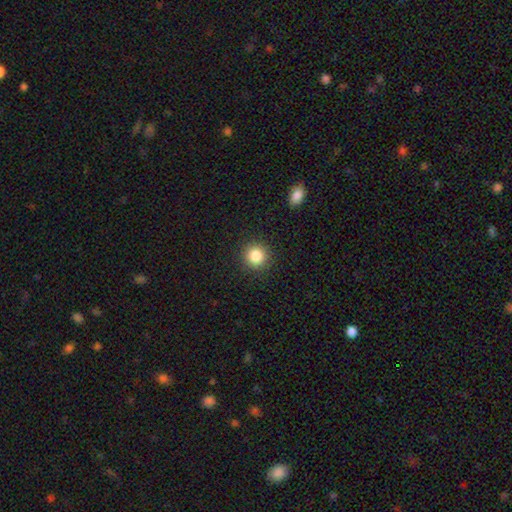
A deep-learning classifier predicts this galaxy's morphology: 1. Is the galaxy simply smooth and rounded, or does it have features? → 85% smooth, 11% star or artifact, 5% featured or disk.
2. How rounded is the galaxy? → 93% round, 6% in between, 1% cigar-shaped.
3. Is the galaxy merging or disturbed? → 91% none, 6% minor disturbance, 2% major disturbance, 1% merger.